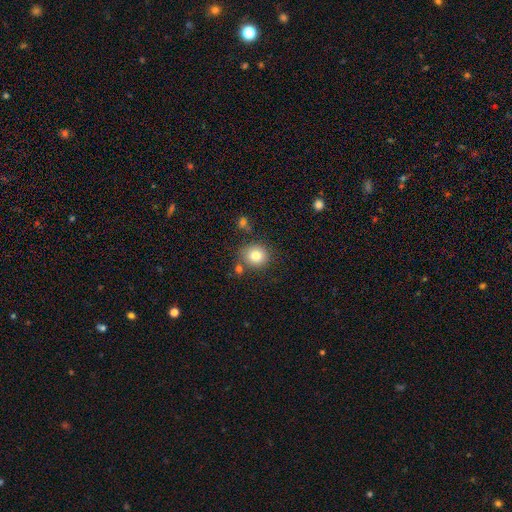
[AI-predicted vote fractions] The model was most divided on "merging": none: 77%, minor disturbance: 11%, merger: 9%, major disturbance: 3%. More confident: how rounded — round (85%); smooth or featured — smooth (79%).